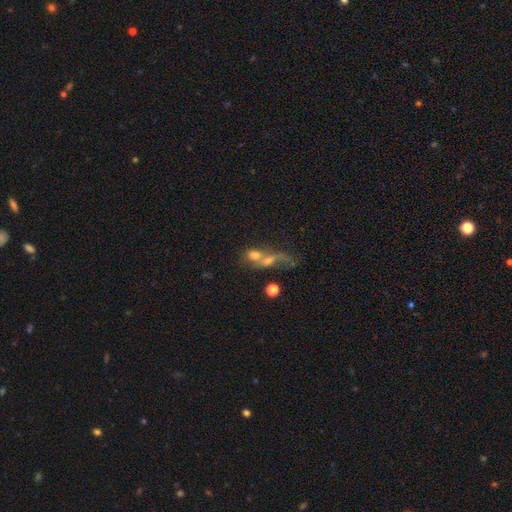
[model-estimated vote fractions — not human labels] smooth 51%, featured or disk 33%, star or artifact 17%. Down the decision tree: how rounded — round (45%); merging — merger (60%).